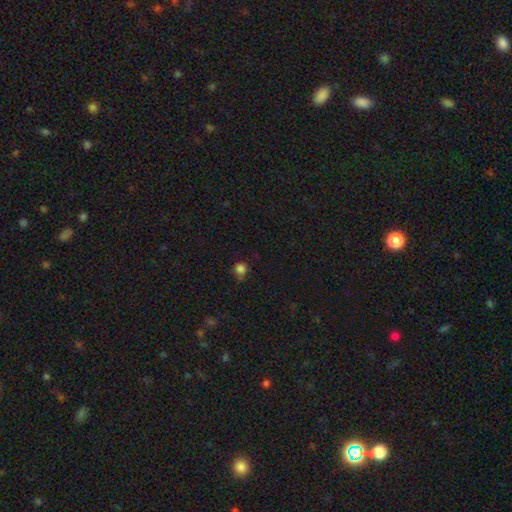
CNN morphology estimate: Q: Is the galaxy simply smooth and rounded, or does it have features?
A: smooth — 75%.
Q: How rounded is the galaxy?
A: round — 88%.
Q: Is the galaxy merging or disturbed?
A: none — 72%.